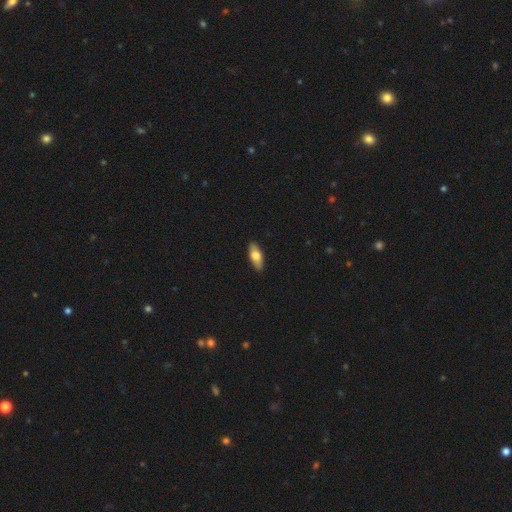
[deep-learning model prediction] The model was most divided on "smooth or featured": smooth: 69%, featured or disk: 25%, star or artifact: 6%. More confident: merging — none (89%); how rounded — in between (76%).